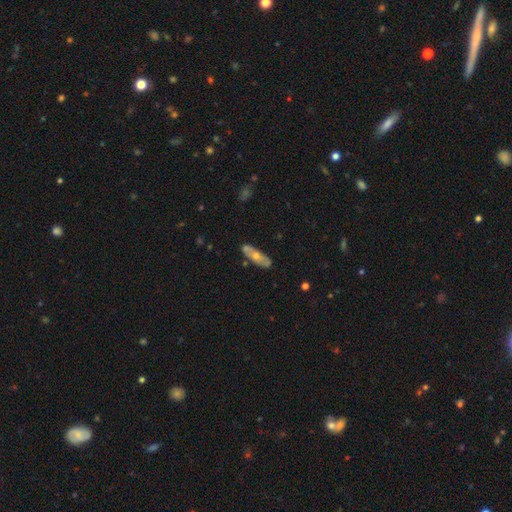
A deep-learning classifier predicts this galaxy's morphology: This is possibly a smooth galaxy (53%). How rounded: possibly in between (51%). Merging: likely none (77%).